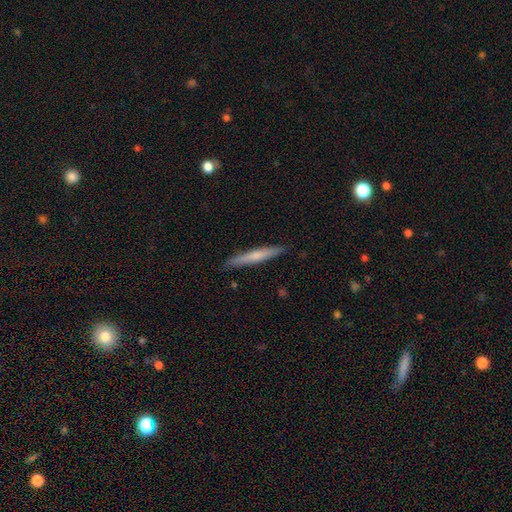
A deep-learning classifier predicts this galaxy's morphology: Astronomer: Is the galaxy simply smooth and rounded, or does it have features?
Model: smooth — 59% (runner-up: featured or disk, 35%).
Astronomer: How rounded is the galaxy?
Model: cigar-shaped — 96%.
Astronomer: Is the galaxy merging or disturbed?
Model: none — 90%.